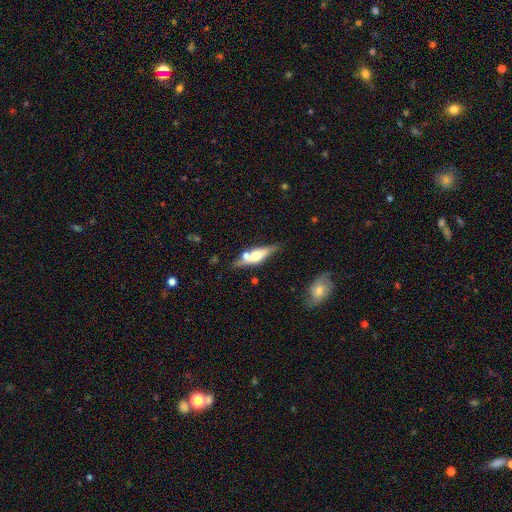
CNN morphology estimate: type=featured or disk (57%); edge-on=yes (88%); edge-on bulge=rounded (89%); merging=none (63%).